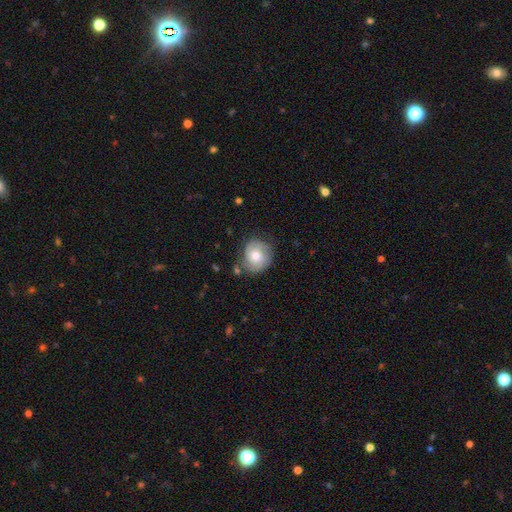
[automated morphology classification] Q: Smooth or featured?
A: smooth (55%); runner-up: featured or disk (38%)
Q: How rounded?
A: round (78%); runner-up: in between (21%)
Q: Merging?
A: none (66%); runner-up: minor disturbance (23%)